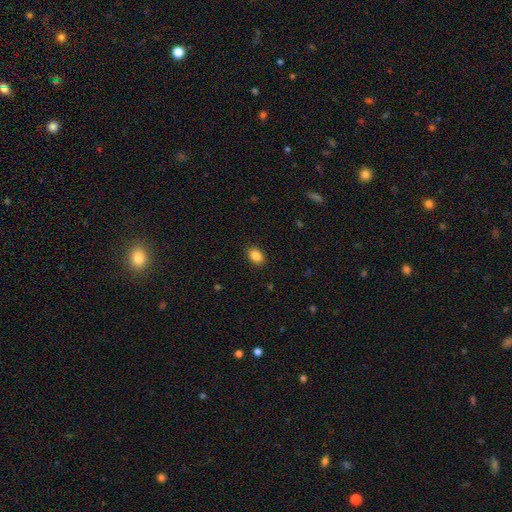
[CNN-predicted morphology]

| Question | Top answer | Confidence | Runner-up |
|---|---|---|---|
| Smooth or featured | smooth | 86% | star or artifact (9%) |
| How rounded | in between | 76% | round (22%) |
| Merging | none | 89% | minor disturbance (8%) |